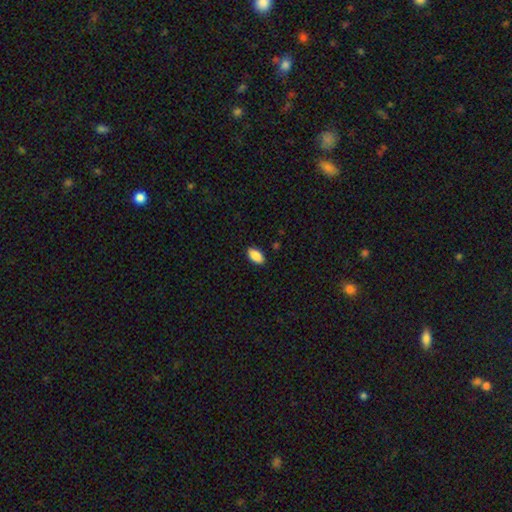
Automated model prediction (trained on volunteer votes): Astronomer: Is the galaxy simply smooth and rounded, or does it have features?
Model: smooth — 89%.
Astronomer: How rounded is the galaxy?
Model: in between — 94%.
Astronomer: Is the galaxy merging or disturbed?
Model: none — 89%.